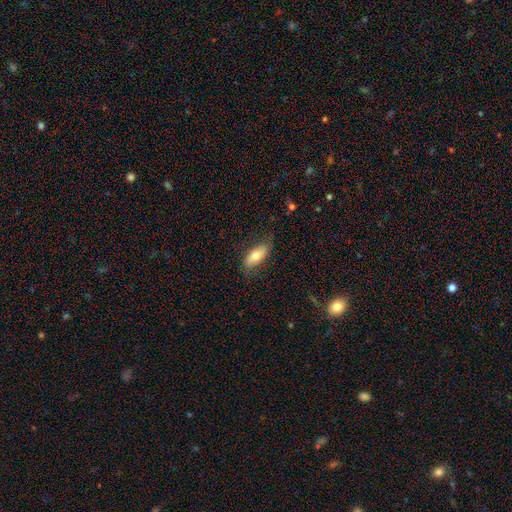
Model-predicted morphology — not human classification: A smooth galaxy with no disk features (70%) that is in between round and cigar-shaped (76%).

Vote fractions:
- Smooth or featured? smooth: 70% / featured or disk: 25% / star or artifact: 6%
- How rounded? in between: 76% / cigar-shaped: 22% / round: 3%
- Merging? none: 75% / minor disturbance: 20% / major disturbance: 4% / merger: 1%